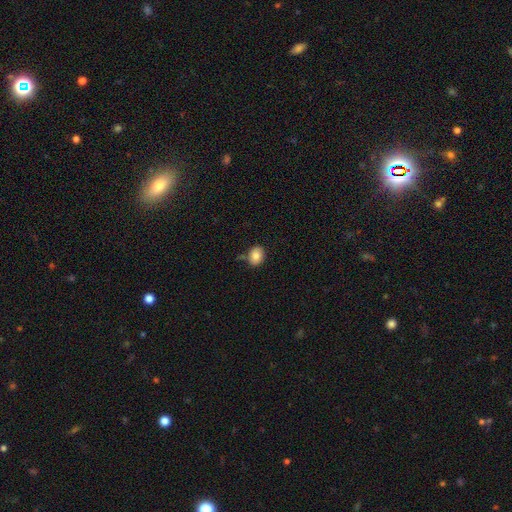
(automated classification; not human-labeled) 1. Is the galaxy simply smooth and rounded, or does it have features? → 84% smooth, 8% star or artifact, 8% featured or disk.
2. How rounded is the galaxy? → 55% in between, 44% round, 1% cigar-shaped.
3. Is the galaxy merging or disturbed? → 75% none, 15% minor disturbance, 6% merger, 3% major disturbance.